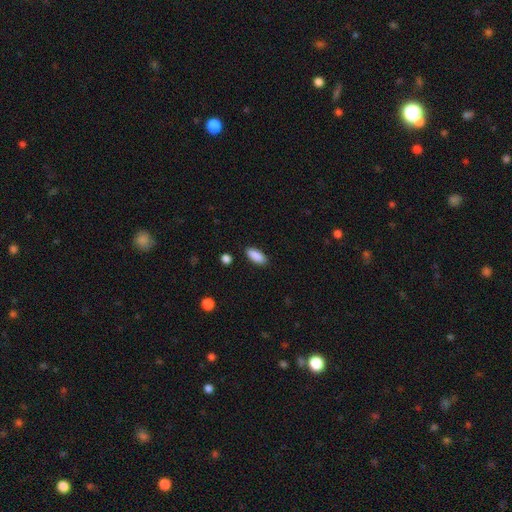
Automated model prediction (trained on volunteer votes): Smooth or featured: smooth — 90% (star or artifact — 7%)
How rounded: in between — 82% (cigar-shaped — 16%)
Merging: none — 88% (minor disturbance — 9%)